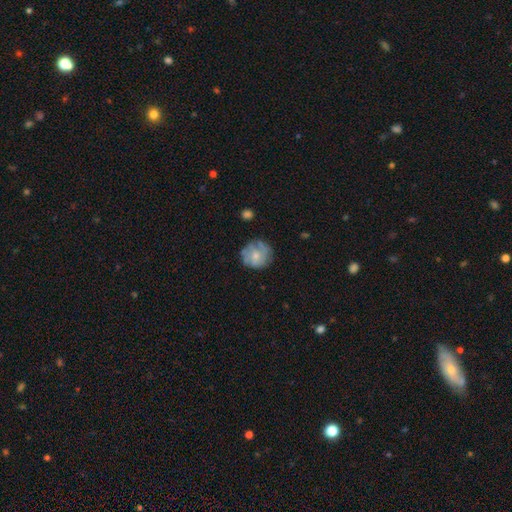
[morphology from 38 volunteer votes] Smooth or featured?
  - featured or disk: 45% *
  - smooth: 42%
  - star or artifact: 13%
Edge-on disk?
  - no: 100% *
  - yes: 0%
Bar?
  - no: 82% *
  - weak: 12%
  - strong: 6%
Spiral arms?
  - no: 59% *
  - yes: 41%
Bulge size?
  - small: 76% *
  - moderate: 18%
  - dominant: 6%
  - large: 0%
  - none: 0%
Merging?
  - none: 67% *
  - major disturbance: 24%
  - minor disturbance: 9%
  - merger: 0%